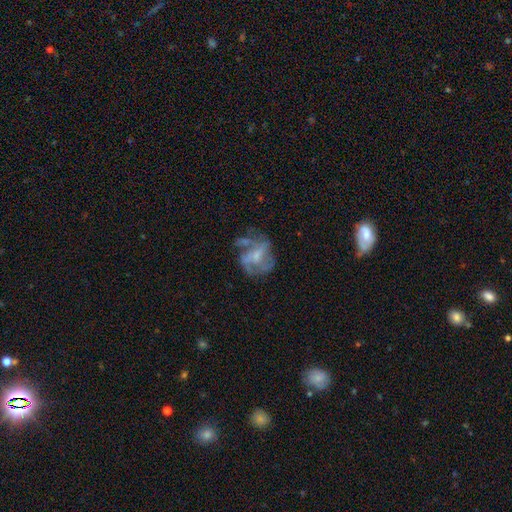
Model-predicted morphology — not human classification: Smooth or featured? featured or disk (68%)
Edge-on disk? no (98%)
Bar? no (50%)
Spiral arms? yes (65%)
Bulge size? small (49%)
Merging? none (45%)